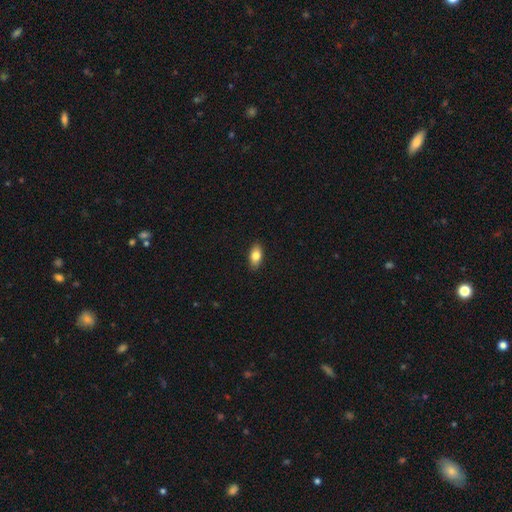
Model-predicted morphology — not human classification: A smooth galaxy with no disk features (80%) that is in between round and cigar-shaped (89%). Merging: none (89%).